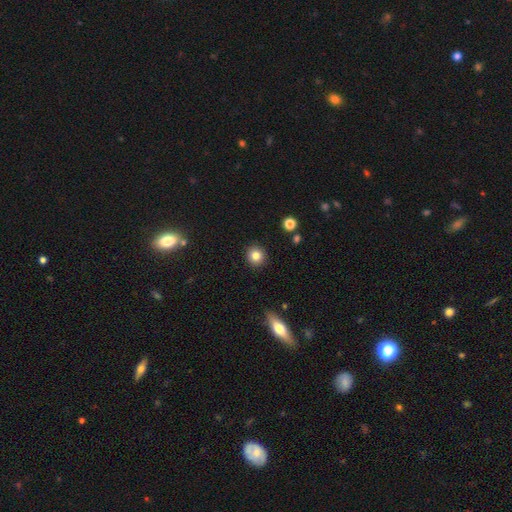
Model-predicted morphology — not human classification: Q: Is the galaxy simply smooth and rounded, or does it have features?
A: smooth — 83%.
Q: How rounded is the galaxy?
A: round — 90%.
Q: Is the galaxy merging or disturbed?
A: none — 91%.